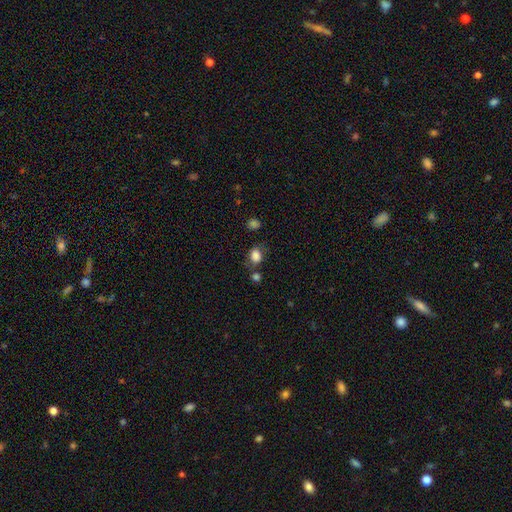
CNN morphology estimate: This appears to be a smooth galaxy with no disk features (83%) that is in between round and cigar-shaped (56%). Merging: none (65%).